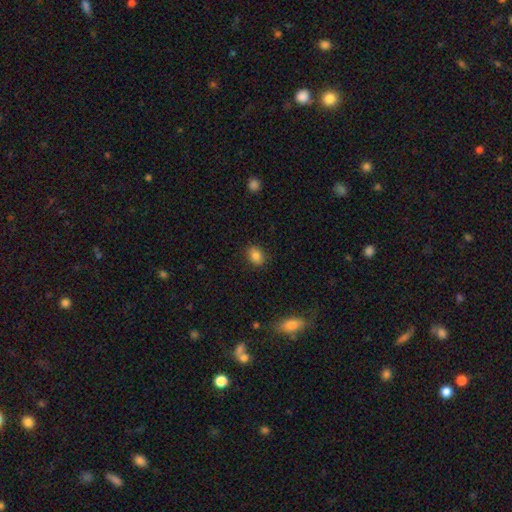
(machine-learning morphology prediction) Q: Smooth or featured?
A: smooth (85%); runner-up: star or artifact (10%)
Q: How rounded?
A: in between (65%); runner-up: round (33%)
Q: Merging?
A: none (87%); runner-up: minor disturbance (9%)